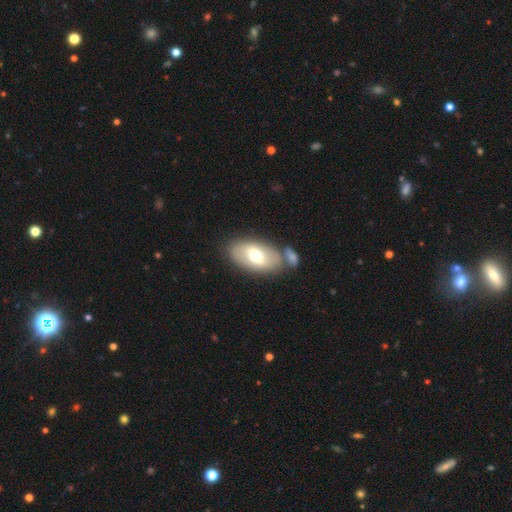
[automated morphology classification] A smooth galaxy with no disk features (58%) that is in between round and cigar-shaped (93%). Merging: none (61%).